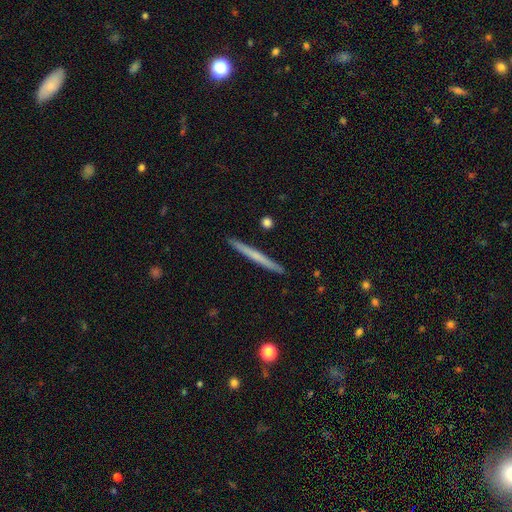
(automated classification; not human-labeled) smooth-or-featured: smooth: 47% (tied) | featured or disk: 47% (tied) | star or artifact: 6%
  merging: none: 92% | minor disturbance: 5% | merger: 1% | major disturbance: 1%